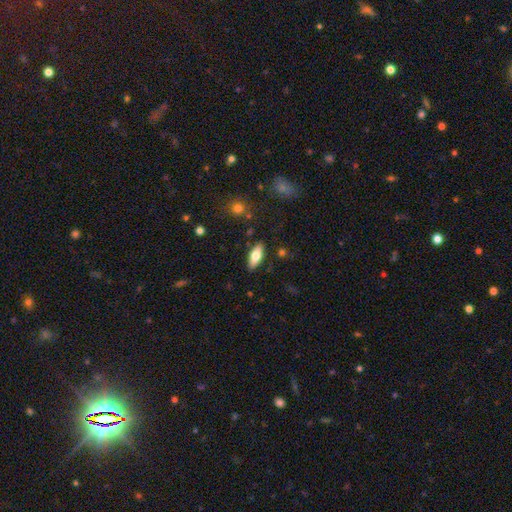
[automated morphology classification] A smooth galaxy with no disk features (70%) that is in between round and cigar-shaped (79%).

Vote fractions:
- Smooth or featured? smooth: 70% / featured or disk: 24% / star or artifact: 6%
- How rounded? in between: 79% / cigar-shaped: 18% / round: 2%
- Merging? none: 87% / minor disturbance: 9% / major disturbance: 2% / merger: 2%